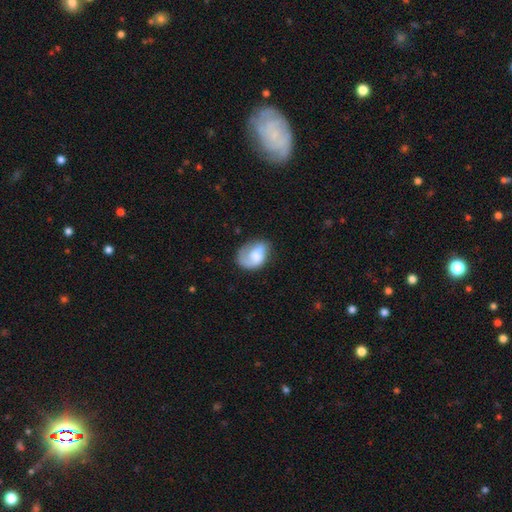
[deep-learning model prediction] Morphology: type=smooth (47%); merging=none (49%).